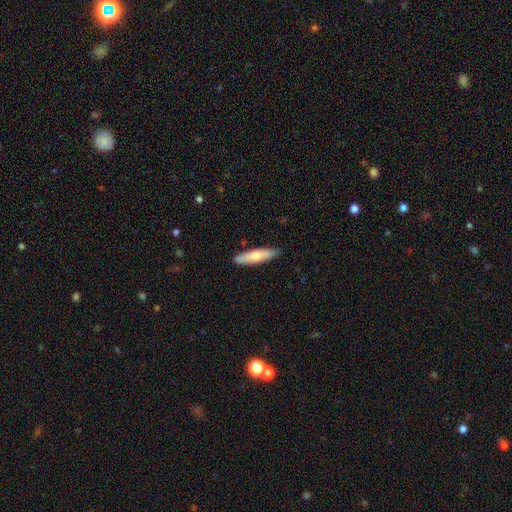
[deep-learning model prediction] Q: Smooth or featured?
A: smooth (68%); runner-up: featured or disk (27%)
Q: How rounded?
A: cigar-shaped (78%); runner-up: in between (20%)
Q: Merging?
A: none (87%); runner-up: minor disturbance (10%)